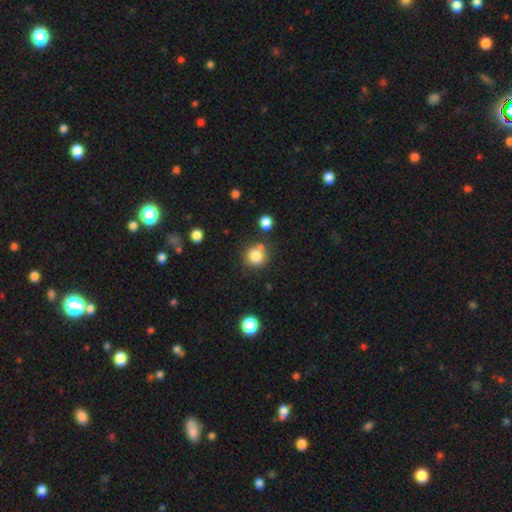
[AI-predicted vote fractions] A smooth galaxy with no disk features (81%) that is round (90%).

Vote fractions:
- Smooth or featured? smooth: 81% / star or artifact: 11% / featured or disk: 8%
- How rounded? round: 90% / in between: 9% / cigar-shaped: 1%
- Merging? none: 68% / merger: 17% / minor disturbance: 11% / major disturbance: 3%